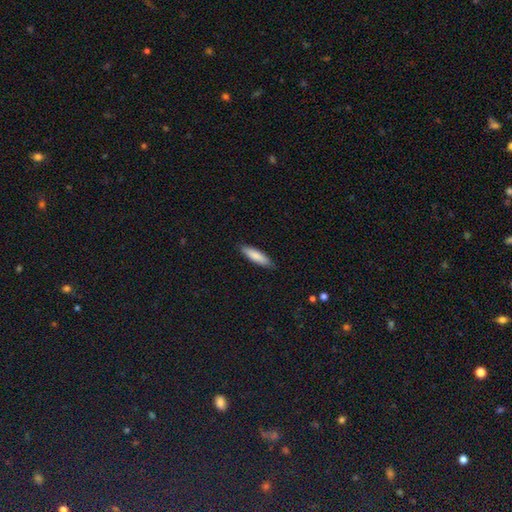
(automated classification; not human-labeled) This is clearly a smooth galaxy (85%). How rounded: likely cigar-shaped (64%). Merging: clearly none (88%).